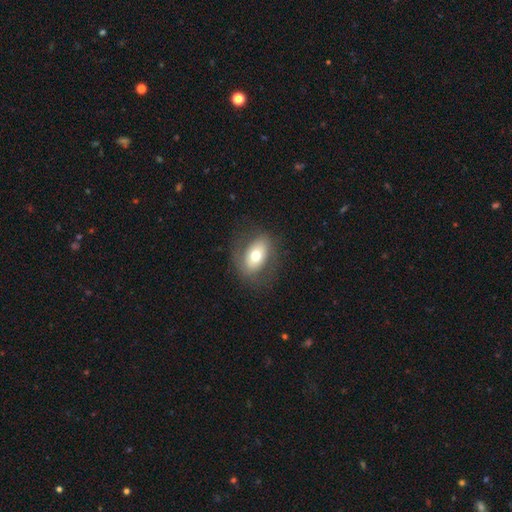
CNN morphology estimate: Smooth or featured? Predicted: smooth (p=0.62). How rounded? Predicted: in between (p=0.81). Merging? Predicted: none (p=0.75).